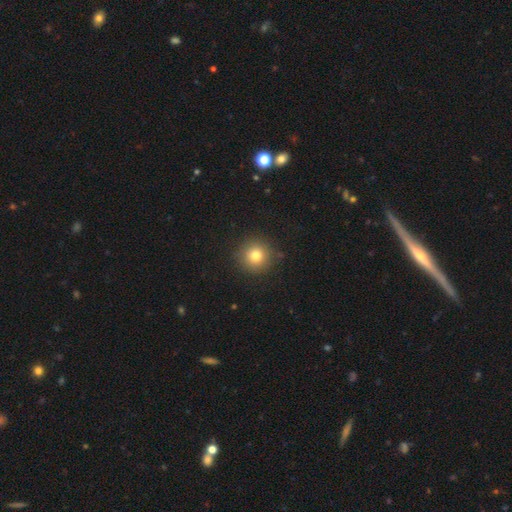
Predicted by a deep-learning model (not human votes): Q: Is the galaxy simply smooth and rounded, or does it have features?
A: smooth — 78%.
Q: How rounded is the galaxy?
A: round — 95%.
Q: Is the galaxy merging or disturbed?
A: none — 89%.